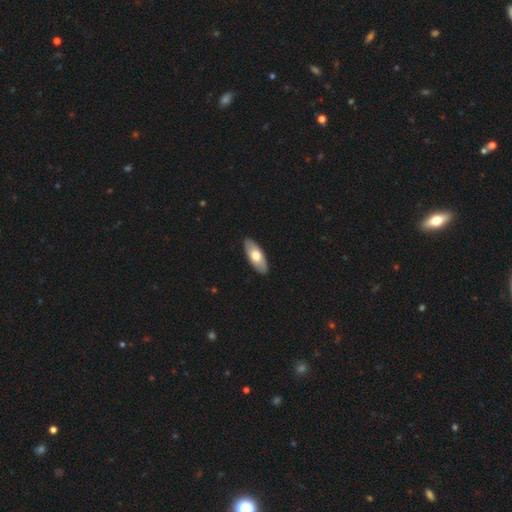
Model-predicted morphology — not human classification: The model was most divided on "smooth or featured": smooth: 63%, featured or disk: 32%, star or artifact: 4%. More confident: merging — none (90%); how rounded — in between (85%).